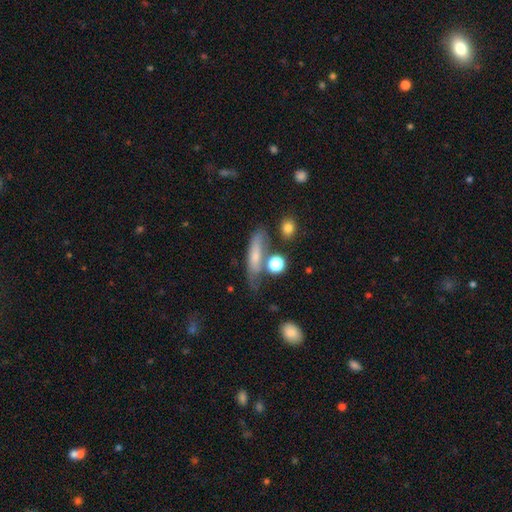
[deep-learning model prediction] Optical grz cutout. It shows a smooth galaxy with no disk features (57%) that is cigar-shaped (61%). Merging: none (50%).